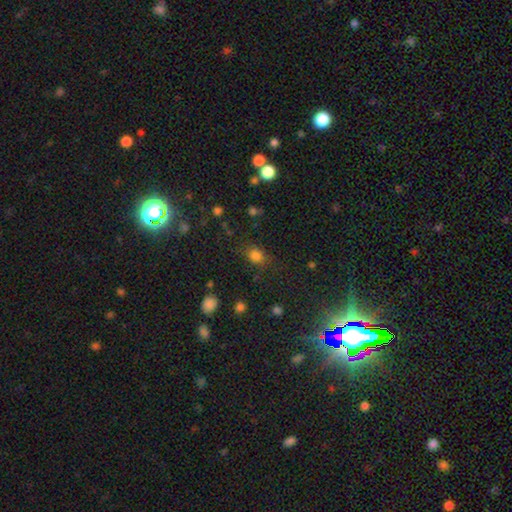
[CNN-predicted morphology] A smooth galaxy with no disk features (78%) that is round (58%).

Vote fractions:
- Smooth or featured? smooth: 78% / star or artifact: 16% / featured or disk: 6%
- How rounded? round: 58% / in between: 41% / cigar-shaped: 2%
- Merging? none: 77% / minor disturbance: 15% / major disturbance: 6% / merger: 3%